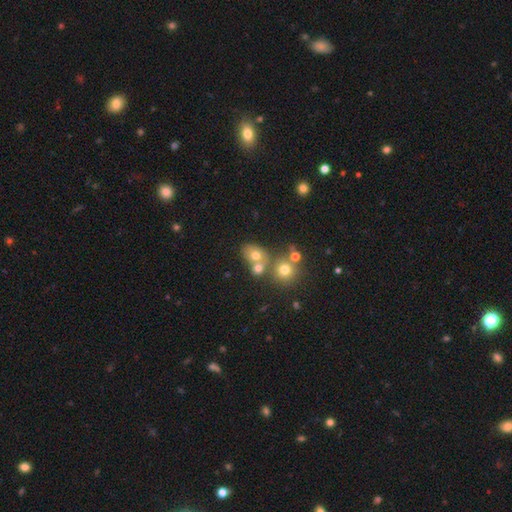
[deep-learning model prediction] Morphology: type=smooth (67%); roundness=in between (51%); merging=none (43%).